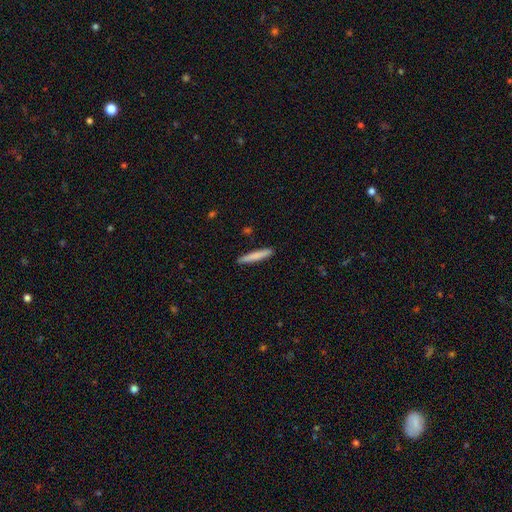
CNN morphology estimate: A smooth galaxy with no disk features (80%) that is cigar-shaped (94%).

Vote fractions:
- Smooth or featured? smooth: 80% / featured or disk: 15% / star or artifact: 6%
- How rounded? cigar-shaped: 94% / in between: 5% / round: 1%
- Merging? none: 90% / minor disturbance: 7% / major disturbance: 2% / merger: 1%